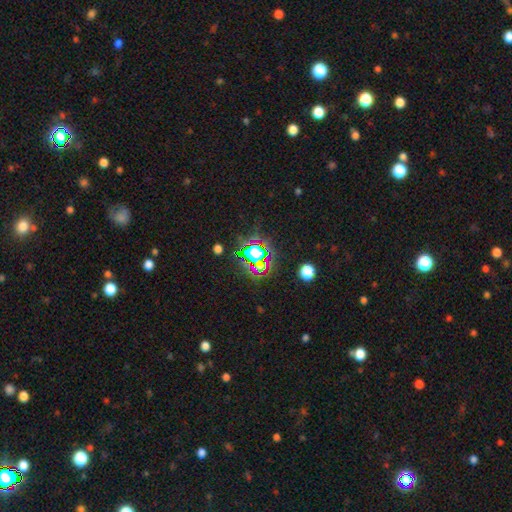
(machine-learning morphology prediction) type=star or artifact (64%).